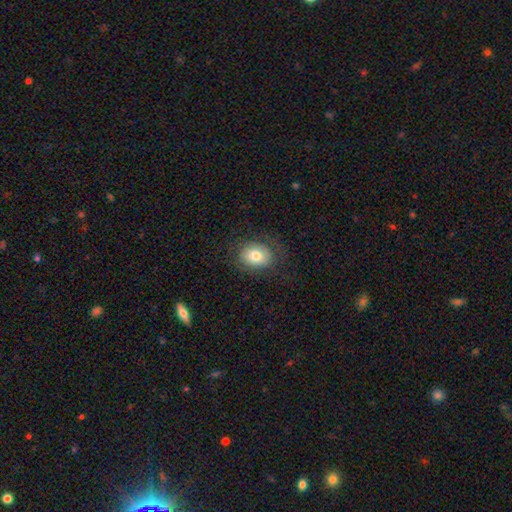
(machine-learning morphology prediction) type=smooth (76%); roundness=in between (60%); merging=none (76%).